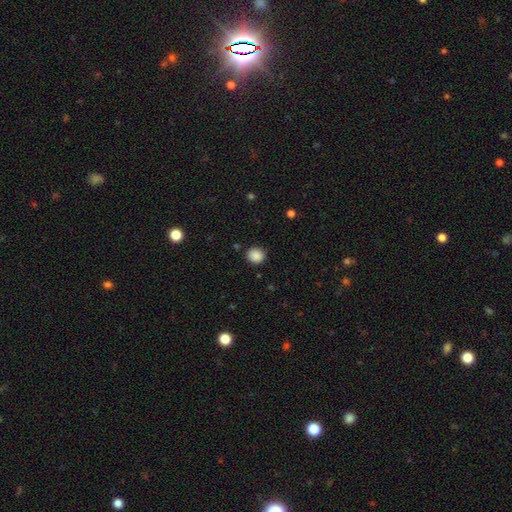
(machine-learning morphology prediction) Smooth or featured?
  - smooth: 87% *
  - star or artifact: 10%
  - featured or disk: 3%
How rounded?
  - round: 81% *
  - in between: 18%
  - cigar-shaped: 1%
Merging?
  - none: 88% *
  - minor disturbance: 9%
  - major disturbance: 2%
  - merger: 1%